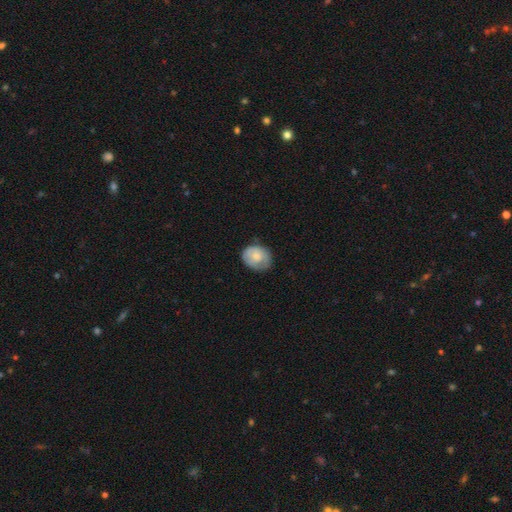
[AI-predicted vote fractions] smooth-or-featured: smooth: 68% | featured or disk: 26% | star or artifact: 7%
  how-rounded: round: 57% | in between: 42% | cigar-shaped: 1%
  merging: none: 63% | minor disturbance: 28% | major disturbance: 8% | merger: 1%